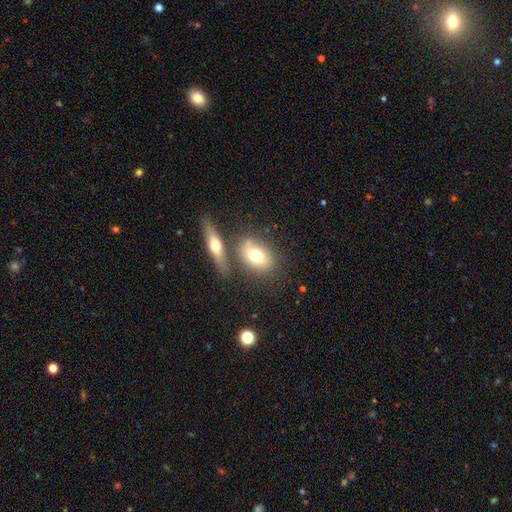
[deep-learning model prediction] Q: Smooth or featured?
A: smooth (71%); runner-up: featured or disk (22%)
Q: How rounded?
A: in between (74%); runner-up: round (22%)
Q: Merging?
A: none (60%); runner-up: merger (23%)